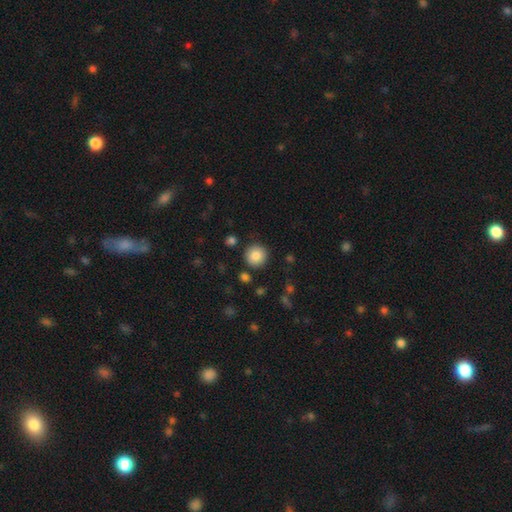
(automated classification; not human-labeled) A smooth galaxy with no disk features (85%) that is round (94%).

Vote fractions:
- Smooth or featured? smooth: 85% / star or artifact: 9% / featured or disk: 6%
- How rounded? round: 94% / in between: 5% / cigar-shaped: 1%
- Merging? none: 89% / minor disturbance: 6% / merger: 2% / major disturbance: 2%